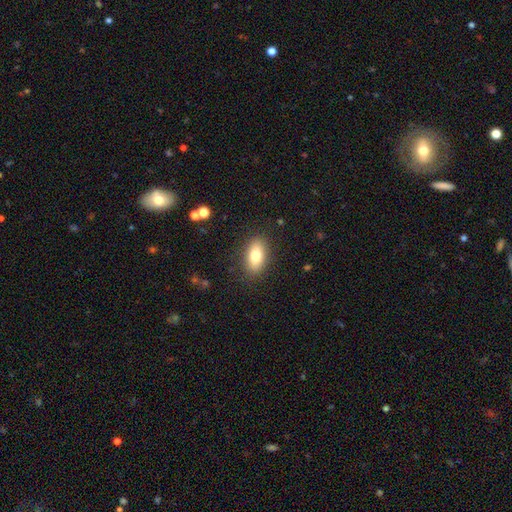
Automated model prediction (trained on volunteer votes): Smooth or featured? smooth (77%)
How rounded? in between (88%)
Merging? none (87%)